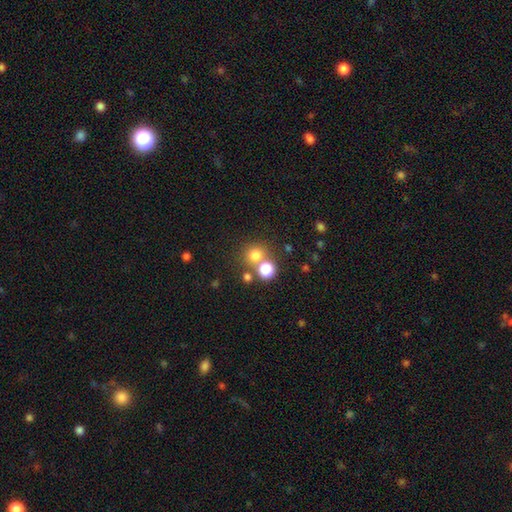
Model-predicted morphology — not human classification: smooth 74%, star or artifact 17%, featured or disk 9%. Down the decision tree: how rounded — round (88%); merging — none (58%).